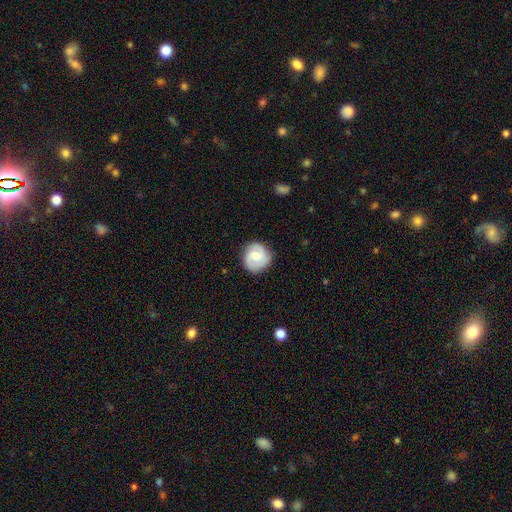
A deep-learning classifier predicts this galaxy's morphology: Smooth or featured: featured or disk — 53% (smooth — 41%)
Edge-on disk: no — 98% (yes — 2%)
Bar: no — 53% (weak — 40%)
Spiral arms: yes — 87% (no — 13%)
Bulge size: moderate — 62% (small — 30%)
Merging: none — 81% (minor disturbance — 14%)